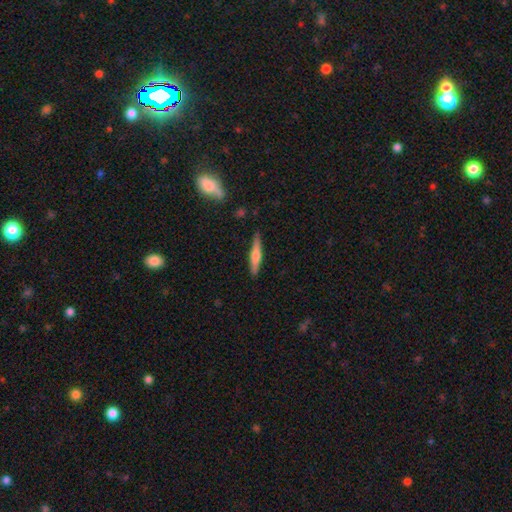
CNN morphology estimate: Q: Smooth or featured?
A: featured or disk (47%); tied with: smooth (47%)
Q: Merging?
A: none (88%); runner-up: minor disturbance (9%)